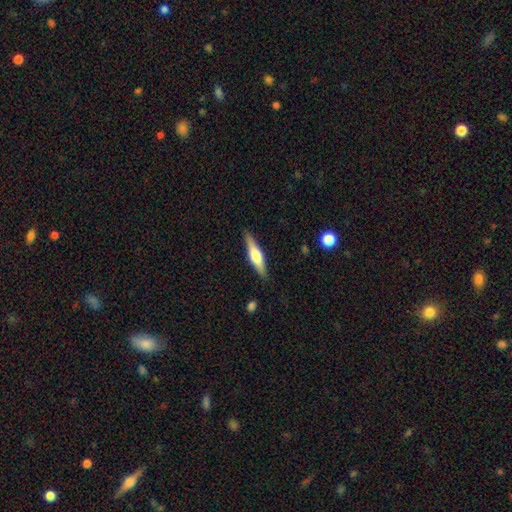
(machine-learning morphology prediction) Overall: featured or disk (57%; smooth 37%). Edge-on disk: yes (96%). Edge-on bulge: rounded (86%). Merging: none (88%).